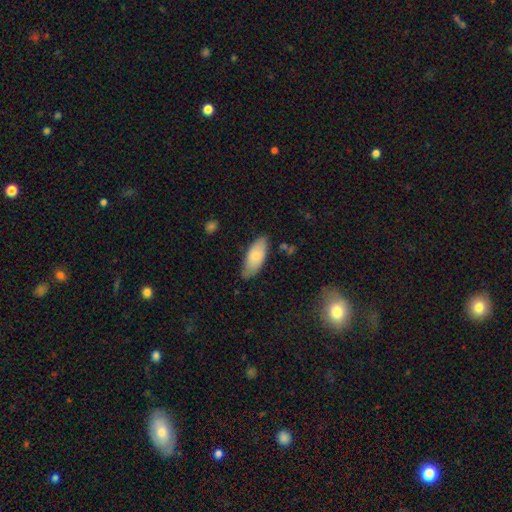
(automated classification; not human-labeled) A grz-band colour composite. It shows a smooth galaxy with no disk features (76%) that is in between round and cigar-shaped (86%). Merging: none (73%).